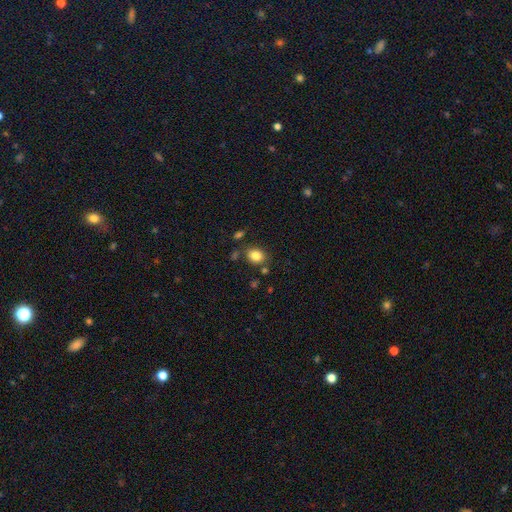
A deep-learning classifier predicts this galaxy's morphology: smooth_or_featured: smooth (p=0.83) [alt: star or artifact p=0.10]
how_rounded: in between (p=0.50) [alt: round p=0.49]
merging: none (p=0.77) [alt: minor disturbance p=0.12]